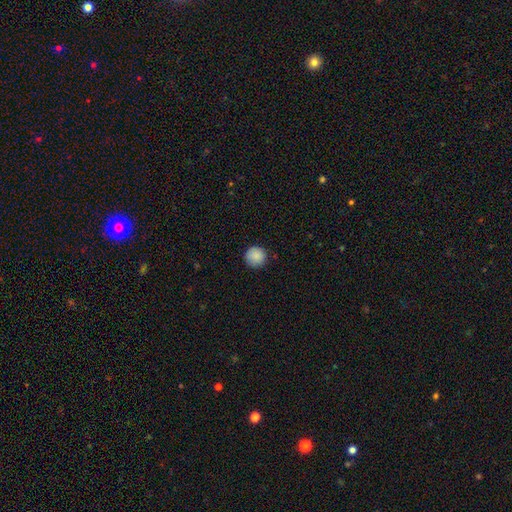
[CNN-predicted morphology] smooth 89%, star or artifact 8%, featured or disk 3%. Down the decision tree: how rounded — round (95%); merging — none (89%).